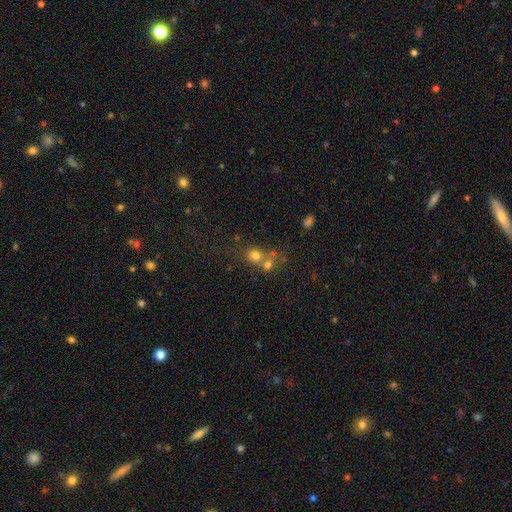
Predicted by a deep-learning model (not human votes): This is likely a smooth galaxy (71%). How rounded: likely round (74%). Merging: possibly merger (47%).